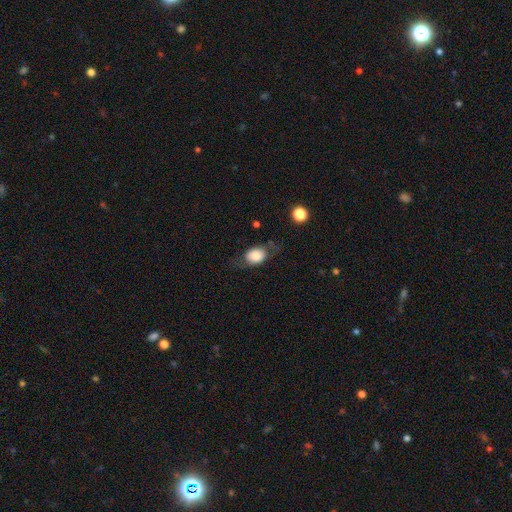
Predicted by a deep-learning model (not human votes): smooth_or_featured: smooth (p=0.66) [alt: featured or disk p=0.26]
how_rounded: in between (p=0.63) [alt: round p=0.35]
merging: none (p=0.64) [alt: minor disturbance p=0.21]